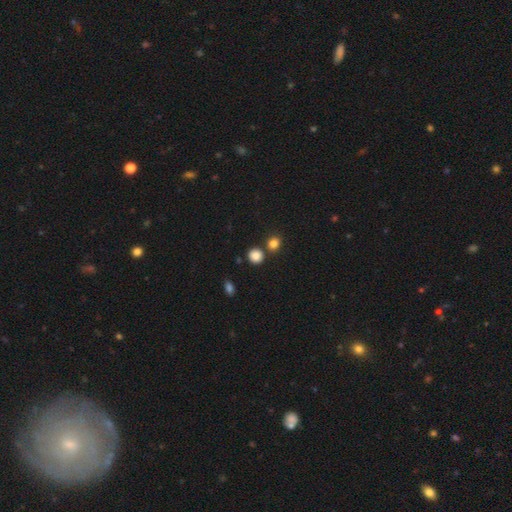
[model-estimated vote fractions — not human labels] smooth 85%, star or artifact 11%, featured or disk 4%. Down the decision tree: how rounded — round (88%); merging — none (77%).